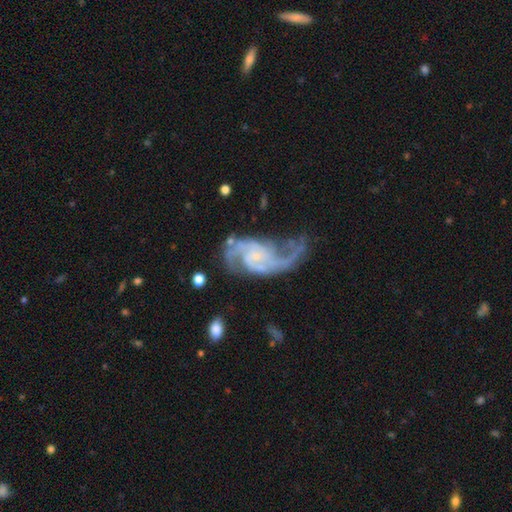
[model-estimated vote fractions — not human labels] featured or disk 90%, star or artifact 5%, smooth 5%. Down the decision tree: edge-on disk — no (97%); bar — no (58%); spiral arms — yes (97%); spiral arm count — 2 (79%); spiral winding — medium (44%); bulge size — small (68%); merging — none (51%).